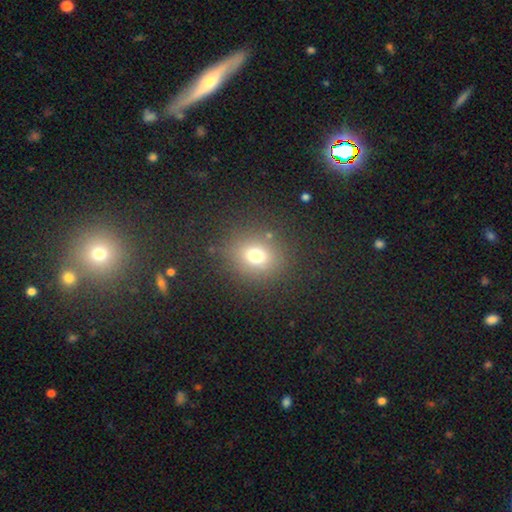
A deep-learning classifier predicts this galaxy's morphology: Smooth or featured?
  - smooth: 71% *
  - star or artifact: 18%
  - featured or disk: 10%
How rounded?
  - round: 73% *
  - in between: 26%
  - cigar-shaped: 1%
Merging?
  - none: 83% *
  - minor disturbance: 9%
  - major disturbance: 5%
  - merger: 2%